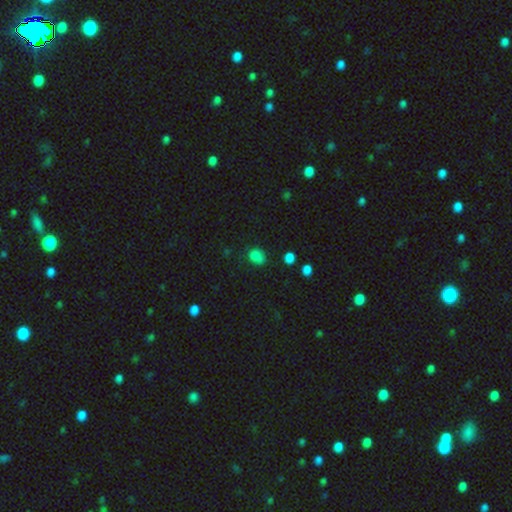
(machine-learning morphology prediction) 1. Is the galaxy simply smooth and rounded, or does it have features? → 79% smooth, 15% star or artifact, 6% featured or disk.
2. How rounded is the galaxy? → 51% round, 48% in between, 1% cigar-shaped.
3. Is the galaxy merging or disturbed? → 57% none, 29% minor disturbance, 9% major disturbance, 5% merger.